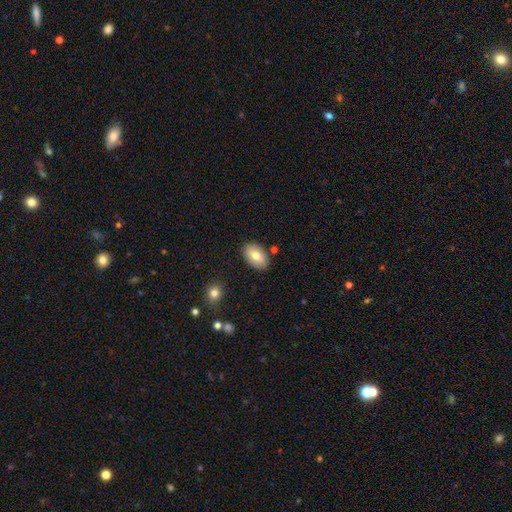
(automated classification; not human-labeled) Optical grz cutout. It shows a smooth galaxy with no disk features (75%) that is in between round and cigar-shaped (91%). Merging: none (85%).